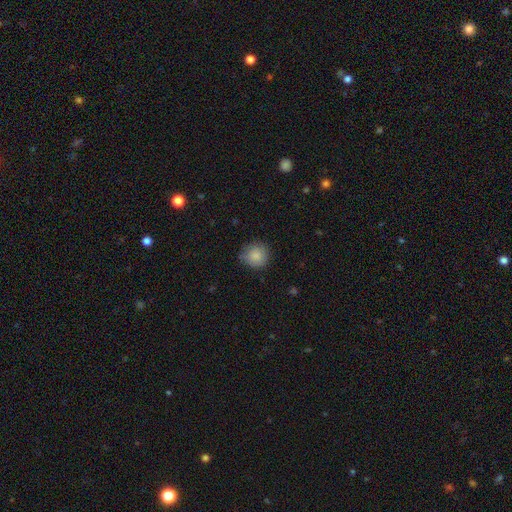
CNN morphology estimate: Smooth or featured: smooth — 85% (star or artifact — 9%)
How rounded: round — 91% (in between — 8%)
Merging: none — 74% (minor disturbance — 21%)